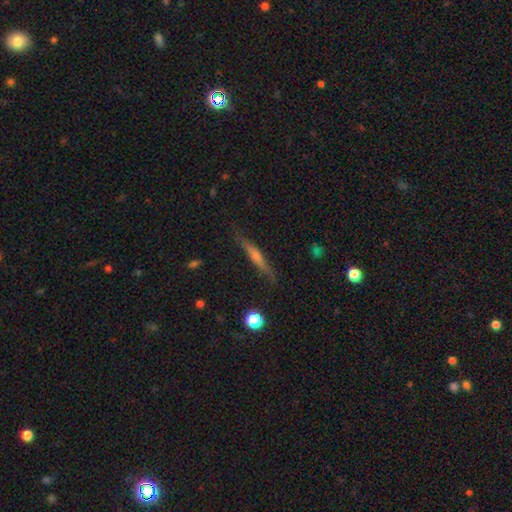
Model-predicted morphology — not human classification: A featured or disk galaxy (55%) viewed edge-on (95%) with a rounded central bulge (57%).

Vote fractions:
- Smooth or featured? featured or disk: 55% / smooth: 37% / star or artifact: 8%
- Edge-on disk? yes: 95% / no: 5%
- Edge-on bulge? rounded: 57% / none: 33% / boxy: 10%
- Merging? none: 85% / minor disturbance: 11% / major disturbance: 2% / merger: 1%